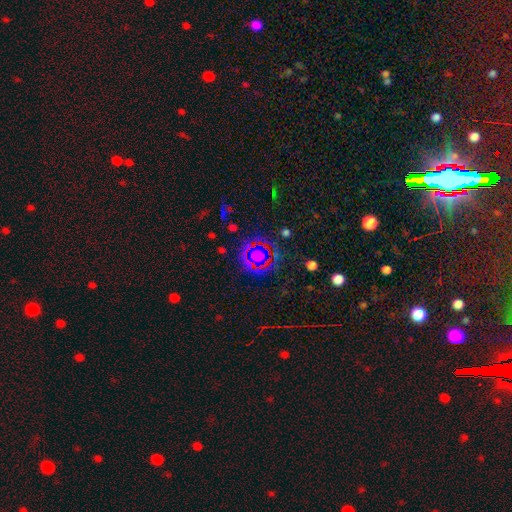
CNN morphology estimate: This appears to be a star or artifact, not a galaxy (55%).